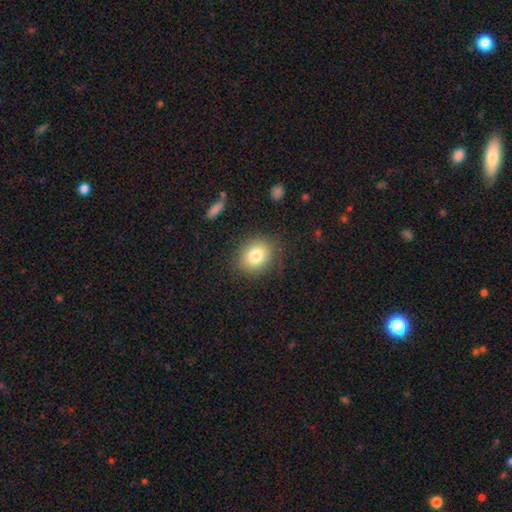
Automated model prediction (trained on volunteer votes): Smooth or featured? Predicted: smooth (p=0.80). How rounded? Predicted: round (p=0.58). Merging? Predicted: none (p=0.82).